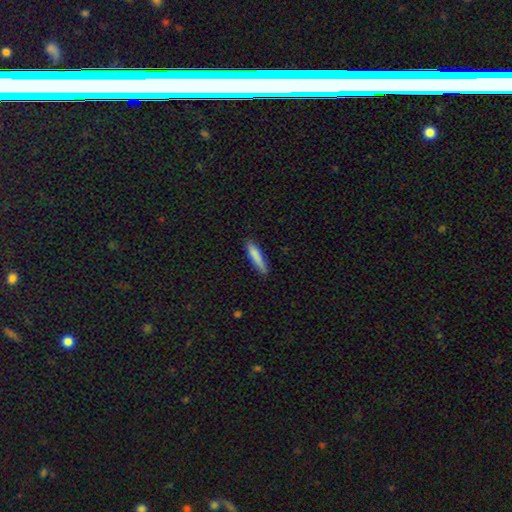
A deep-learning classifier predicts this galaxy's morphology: Smooth or featured? Predicted: smooth (p=0.83). How rounded? Predicted: cigar-shaped (p=0.86). Merging? Predicted: none (p=0.83).